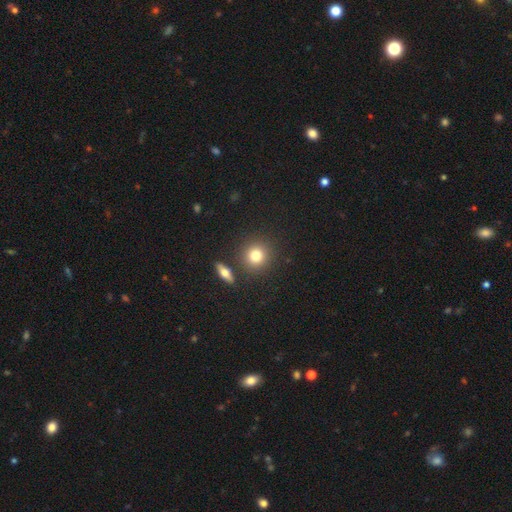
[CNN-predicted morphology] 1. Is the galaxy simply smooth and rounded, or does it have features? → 80% smooth, 10% star or artifact, 10% featured or disk.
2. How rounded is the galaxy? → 90% round, 9% in between, 1% cigar-shaped.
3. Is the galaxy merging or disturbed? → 84% none, 7% minor disturbance, 7% merger, 3% major disturbance.